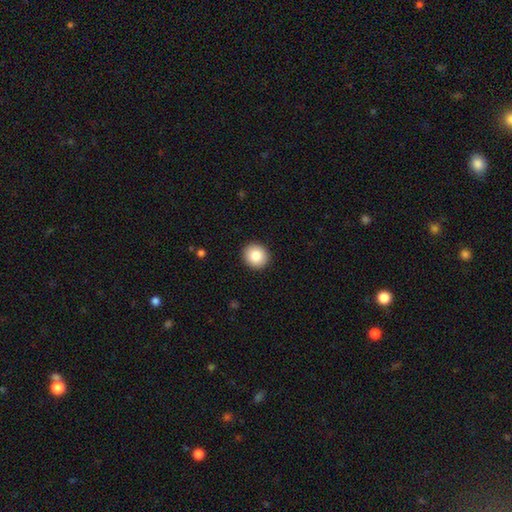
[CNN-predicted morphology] A smooth galaxy with no disk features (86%) that is round (88%).

Vote fractions:
- Smooth or featured? smooth: 86% / star or artifact: 8% / featured or disk: 6%
- How rounded? round: 88% / in between: 11% / cigar-shaped: 1%
- Merging? none: 93% / minor disturbance: 5% / major disturbance: 2% / merger: 1%